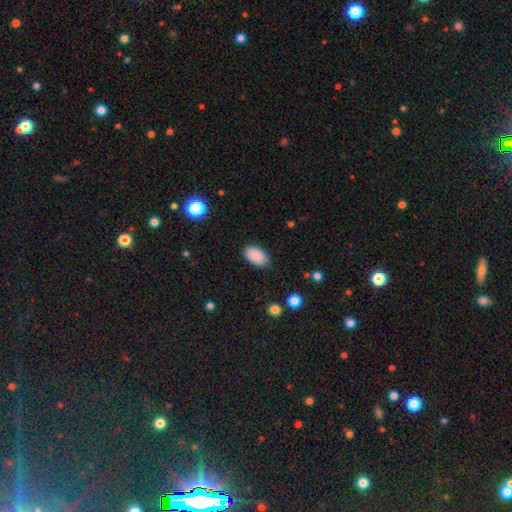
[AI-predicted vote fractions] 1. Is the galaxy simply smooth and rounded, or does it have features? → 89% smooth, 7% star or artifact, 4% featured or disk.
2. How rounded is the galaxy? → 93% in between, 5% round, 1% cigar-shaped.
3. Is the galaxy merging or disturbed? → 85% none, 11% minor disturbance, 3% major disturbance, 1% merger.